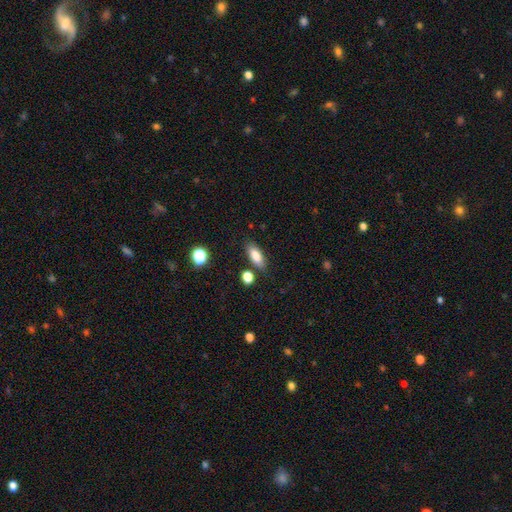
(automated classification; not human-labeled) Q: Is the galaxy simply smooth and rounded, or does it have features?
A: smooth — 83%.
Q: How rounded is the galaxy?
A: in between — 77%.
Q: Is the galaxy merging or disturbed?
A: none — 80%.